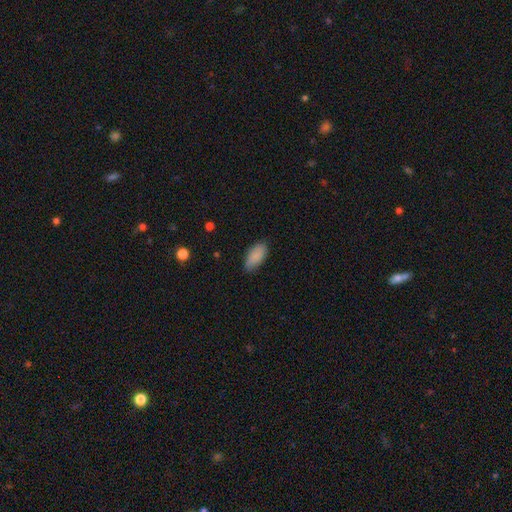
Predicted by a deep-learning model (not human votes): smooth 87%, star or artifact 7%, featured or disk 6%. Down the decision tree: how rounded — in between (93%); merging — none (75%).